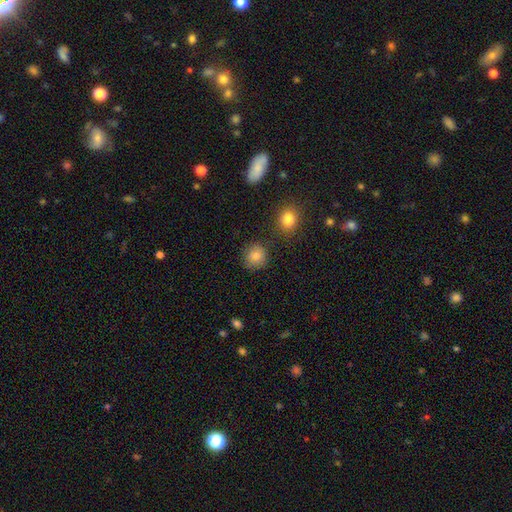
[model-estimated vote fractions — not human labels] A smooth galaxy with no disk features (84%) that is round (88%). Merging: none (86%).